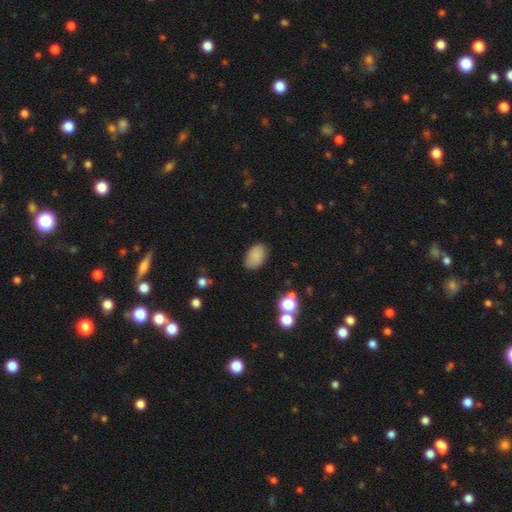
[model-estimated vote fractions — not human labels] Morphology: type=smooth (84%); roundness=in between (90%); merging=none (82%).